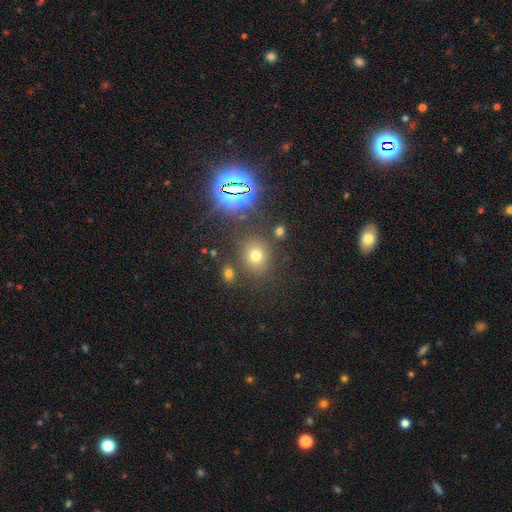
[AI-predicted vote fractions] smooth-or-featured: smooth: 66% | star or artifact: 24% | featured or disk: 10%
  how-rounded: round: 70% | in between: 29% | cigar-shaped: 1%
  merging: none: 79% | minor disturbance: 10% | merger: 6% | major disturbance: 5%